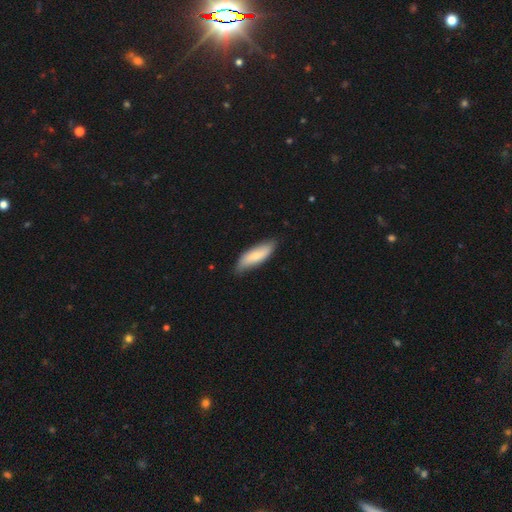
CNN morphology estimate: smooth_or_featured: smooth (p=0.74) [alt: featured or disk p=0.21]
how_rounded: in between (p=0.59) [alt: cigar-shaped p=0.39]
merging: none (p=0.77) [alt: minor disturbance p=0.19]